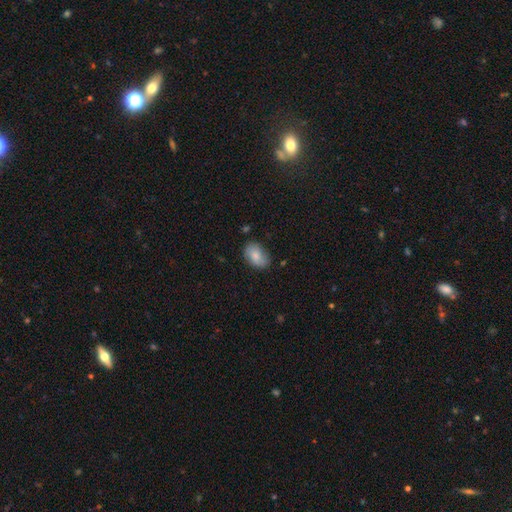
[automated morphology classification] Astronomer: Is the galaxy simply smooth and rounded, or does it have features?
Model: smooth — 80%.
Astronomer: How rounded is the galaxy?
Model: in between — 87%.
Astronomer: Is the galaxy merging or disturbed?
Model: none — 74%.